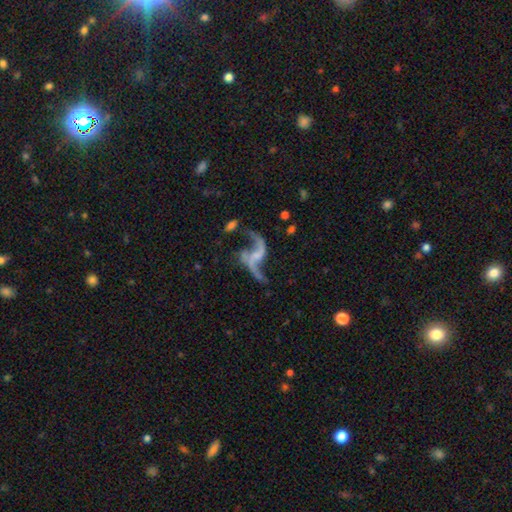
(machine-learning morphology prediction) Smooth or featured?
  - featured or disk: 87% *
  - star or artifact: 7%
  - smooth: 6%
Edge-on disk?
  - no: 96% *
  - yes: 4%
Bar?
  - no: 49% *
  - weak: 35%
  - strong: 15%
Spiral arms?
  - yes: 92% *
  - no: 8%
Spiral winding?
  - loose: 91% *
  - medium: 7%
  - tight: 2%
Spiral arm count?
  - 2: 91% *
  - 1: 3%
  - can't tell: 2%
  - 3: 2%
  - 4: 1%
  - more than 4: 1%
Bulge size?
  - none: 42% *
  - small: 41%
  - moderate: 14%
  - large: 2%
  - dominant: 1%
Merging?
  - none: 49% *
  - major disturbance: 24%
  - minor disturbance: 17%
  - merger: 10%